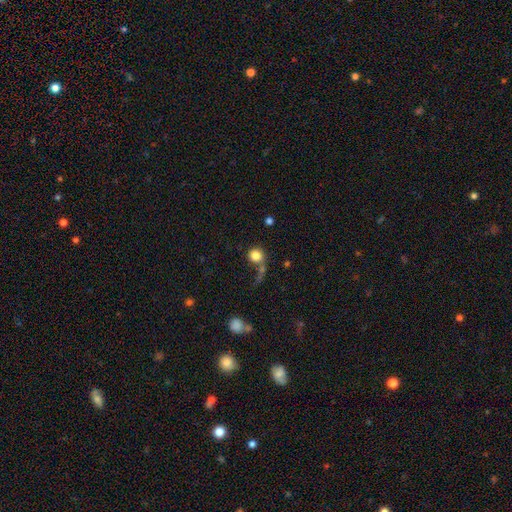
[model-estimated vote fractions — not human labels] Smooth or featured? smooth (82%)
How rounded? round (89%)
Merging? none (48%)